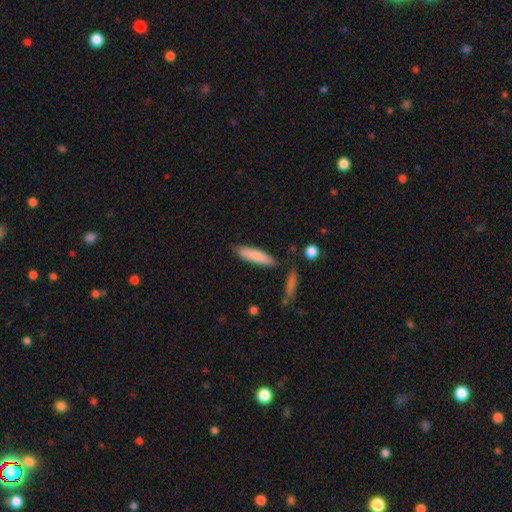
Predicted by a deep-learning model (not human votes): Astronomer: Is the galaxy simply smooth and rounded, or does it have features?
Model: smooth — 82%.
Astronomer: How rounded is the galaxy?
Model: cigar-shaped — 70%.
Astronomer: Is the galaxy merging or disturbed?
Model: none — 80%.